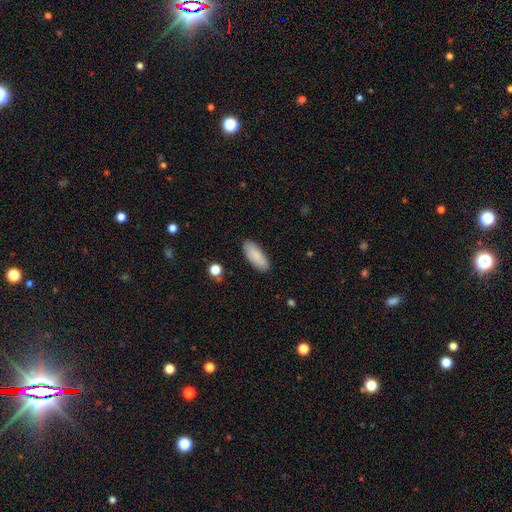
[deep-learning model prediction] Morphology: type=smooth (85%); roundness=in between (78%); merging=none (87%).